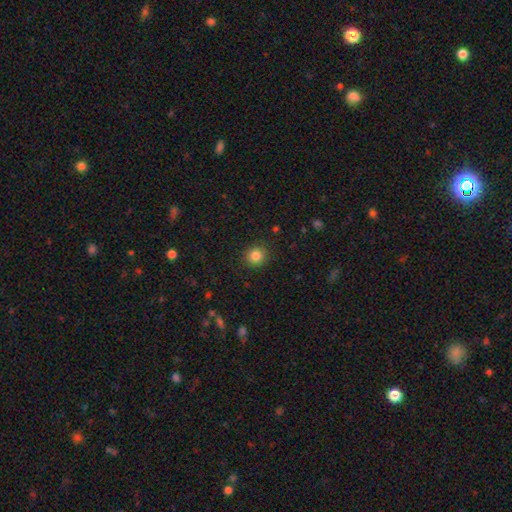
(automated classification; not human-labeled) A smooth galaxy with no disk features (84%) that is round (88%).

Vote fractions:
- Smooth or featured? smooth: 84% / star or artifact: 11% / featured or disk: 5%
- How rounded? round: 88% / in between: 11% / cigar-shaped: 1%
- Merging? none: 90% / minor disturbance: 6% / major disturbance: 2% / merger: 1%